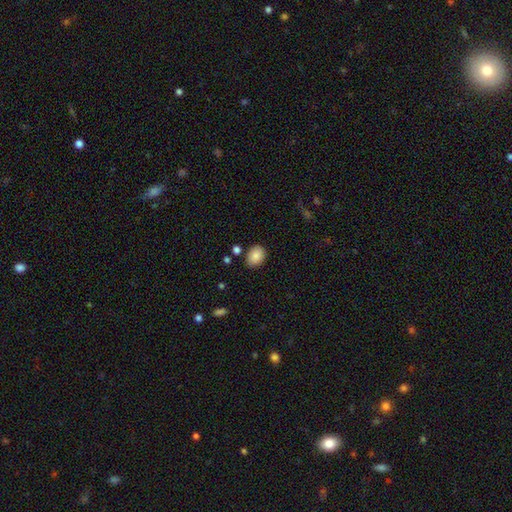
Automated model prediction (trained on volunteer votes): Smooth or featured?
  - smooth: 87% *
  - star or artifact: 8%
  - featured or disk: 5%
How rounded?
  - in between: 71% *
  - round: 28%
  - cigar-shaped: 1%
Merging?
  - none: 82% *
  - minor disturbance: 11%
  - merger: 3%
  - major disturbance: 3%